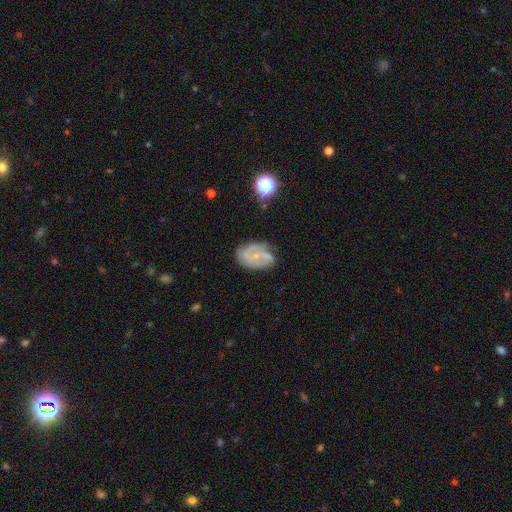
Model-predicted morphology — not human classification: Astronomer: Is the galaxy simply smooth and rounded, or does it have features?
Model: featured or disk — 73%.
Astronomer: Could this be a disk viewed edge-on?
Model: no — 97%.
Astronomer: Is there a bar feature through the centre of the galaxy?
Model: no — 51% (runner-up: weak, 39%).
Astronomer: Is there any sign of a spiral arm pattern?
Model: yes — 90%.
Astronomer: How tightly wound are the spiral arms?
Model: medium — 43% (runner-up: tight, 37%).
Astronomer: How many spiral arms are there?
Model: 2 — 42% (runner-up: can't tell, 24%).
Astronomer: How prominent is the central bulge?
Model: small — 73%.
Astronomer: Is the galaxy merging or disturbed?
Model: none — 64%.